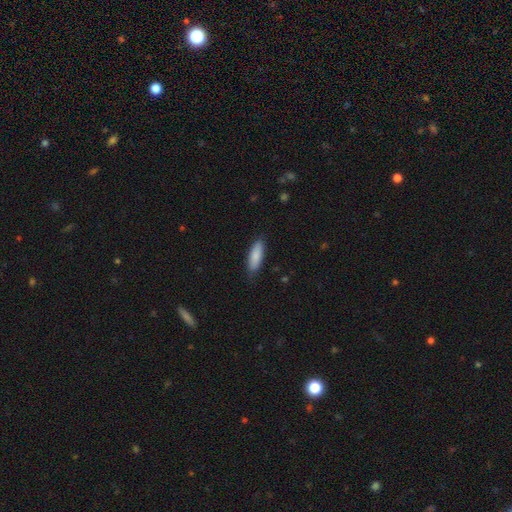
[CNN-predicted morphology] Smooth or featured? Predicted: smooth (p=0.85). How rounded? Predicted: in between (p=0.56). Merging? Predicted: none (p=0.83).